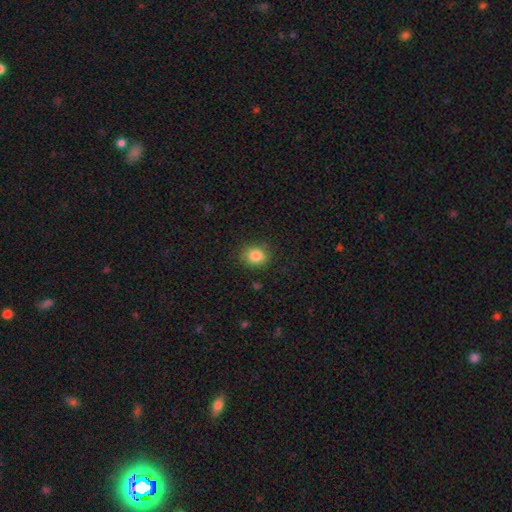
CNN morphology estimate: A smooth galaxy with no disk features (85%) that is round (61%).

Vote fractions:
- Smooth or featured? smooth: 85% / star or artifact: 10% / featured or disk: 5%
- How rounded? round: 61% / in between: 39% / cigar-shaped: 1%
- Merging? none: 84% / minor disturbance: 11% / major disturbance: 3% / merger: 1%